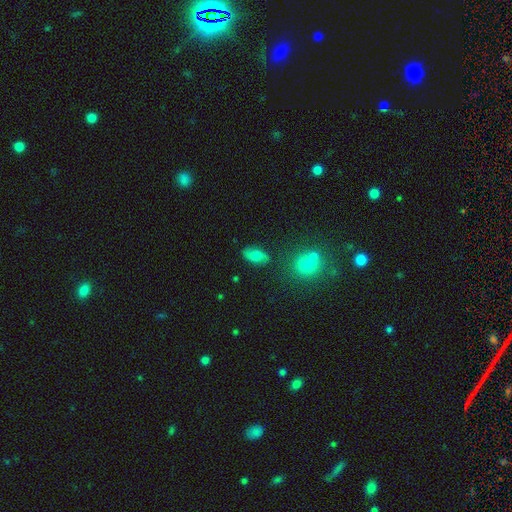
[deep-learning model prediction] The model was most divided on "smooth or featured": smooth: 56%, featured or disk: 33%, star or artifact: 11%. More confident: how rounded — in between (87%); merging — none (79%).